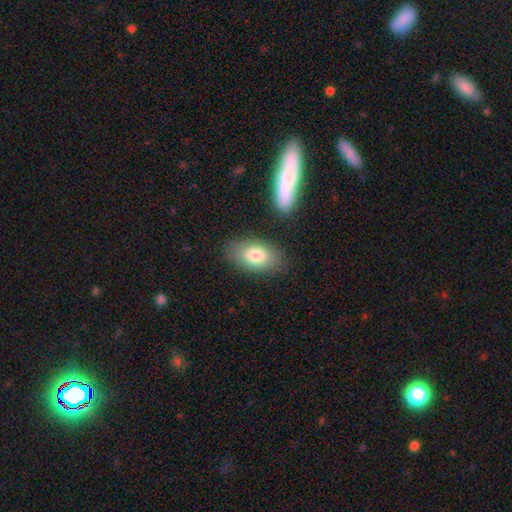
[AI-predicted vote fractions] smooth_or_featured: smooth (p=0.79) [alt: featured or disk p=0.14]
how_rounded: in between (p=0.91) [alt: round p=0.07]
merging: none (p=0.80) [alt: minor disturbance p=0.13]